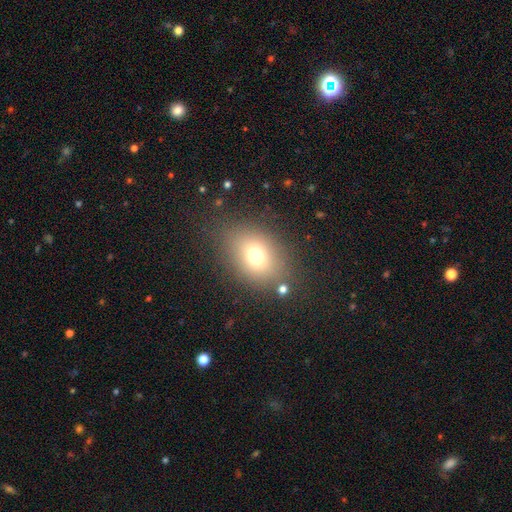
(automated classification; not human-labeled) Smooth or featured? Predicted: smooth (p=0.71). How rounded? Predicted: in between (p=0.65). Merging? Predicted: none (p=0.80).